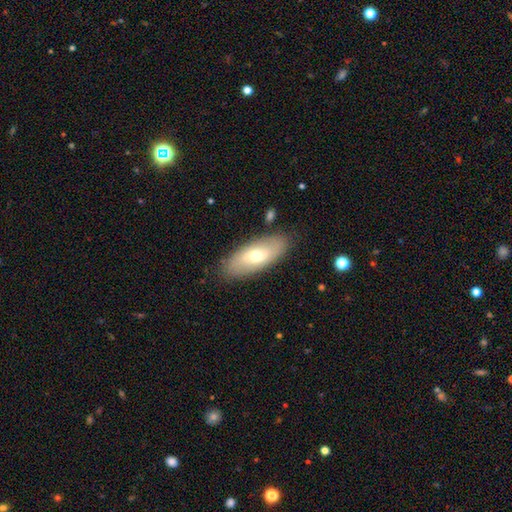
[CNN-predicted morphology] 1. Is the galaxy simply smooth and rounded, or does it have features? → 53% smooth, 40% featured or disk, 7% star or artifact.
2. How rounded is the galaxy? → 83% in between, 15% cigar-shaped, 3% round.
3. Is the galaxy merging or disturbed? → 85% none, 11% minor disturbance, 3% major disturbance, 2% merger.